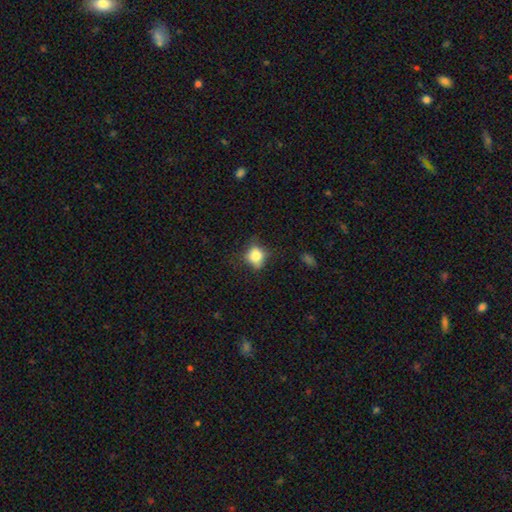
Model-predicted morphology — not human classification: This appears to be a smooth galaxy with no disk features (77%) that is round (66%). Merging: none (59%).